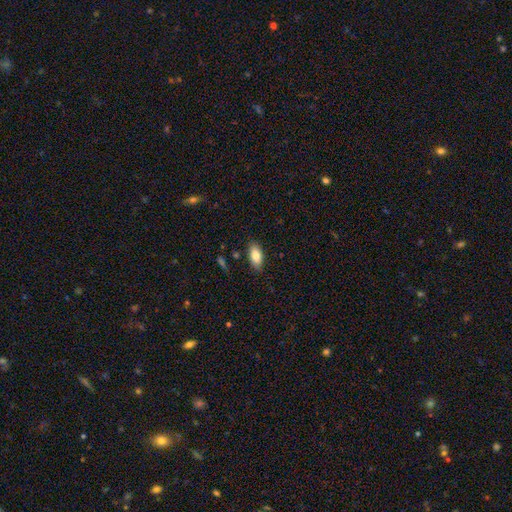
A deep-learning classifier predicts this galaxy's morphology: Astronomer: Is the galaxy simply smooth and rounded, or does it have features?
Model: smooth — 83%.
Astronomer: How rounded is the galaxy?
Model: in between — 91%.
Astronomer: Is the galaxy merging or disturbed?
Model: none — 85%.